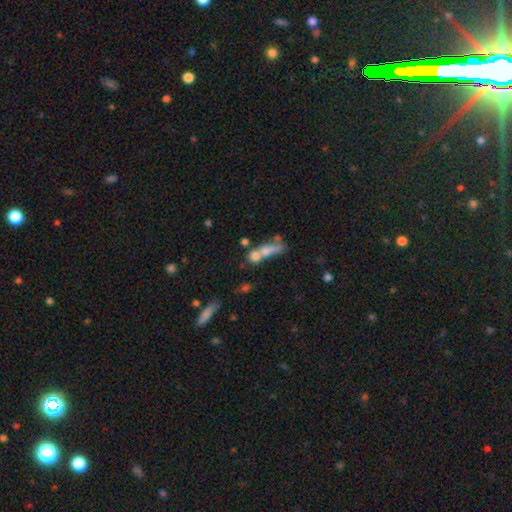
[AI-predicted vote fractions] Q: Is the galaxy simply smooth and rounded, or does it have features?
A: smooth — 65%.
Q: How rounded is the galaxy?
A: in between — 35%.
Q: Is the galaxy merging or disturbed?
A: merger — 49%.